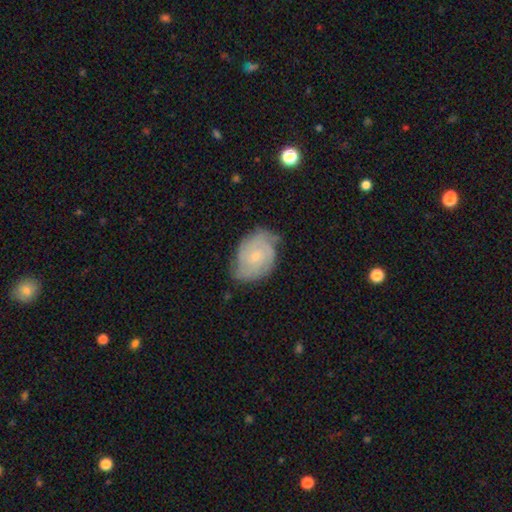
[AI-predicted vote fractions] This appears to be a featured or disk galaxy (76%) with no bar (72%), 2 (33%) tight (64%) spiral arms (93%) and a small central bulge (73%). Merging: none (65%).